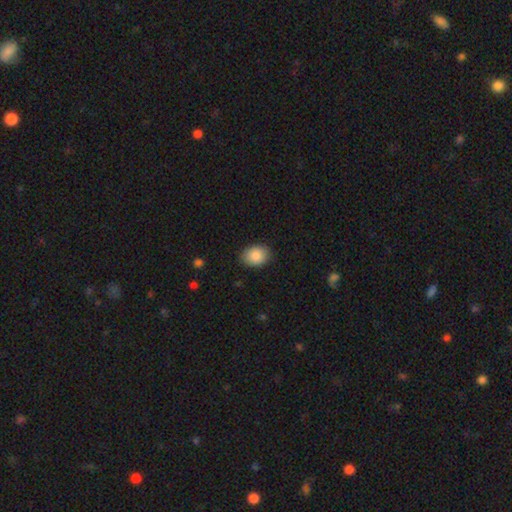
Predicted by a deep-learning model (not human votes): A smooth galaxy with no disk features (89%) that is in between round and cigar-shaped (67%).

Vote fractions:
- Smooth or featured? smooth: 89% / star or artifact: 7% / featured or disk: 4%
- How rounded? in between: 67% / round: 32% / cigar-shaped: 1%
- Merging? none: 85% / minor disturbance: 11% / major disturbance: 2% / merger: 1%